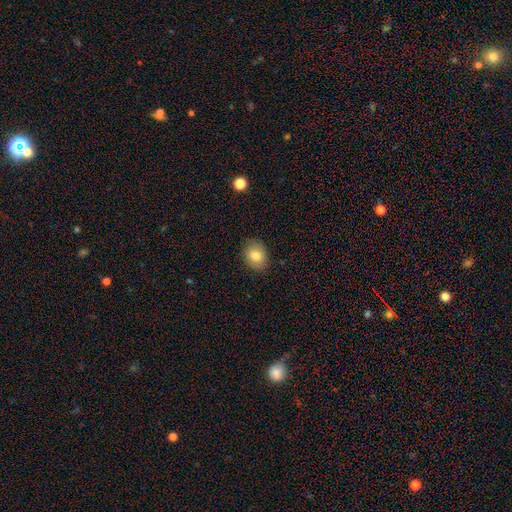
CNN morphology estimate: smooth_or_featured: smooth (p=0.81) [alt: featured or disk p=0.10]
how_rounded: in between (p=0.59) [alt: round p=0.40]
merging: none (p=0.86) [alt: minor disturbance p=0.11]